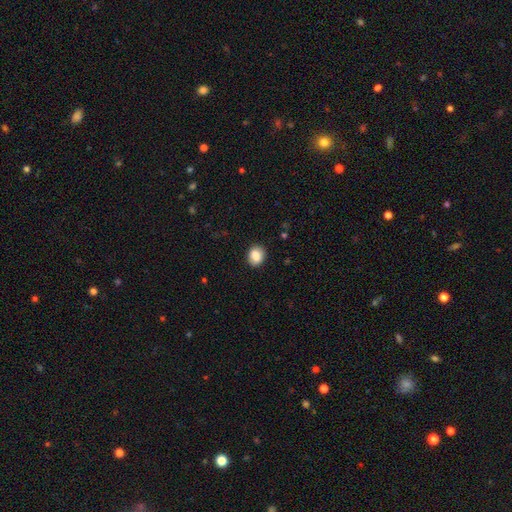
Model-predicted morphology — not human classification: smooth 86%, star or artifact 8%, featured or disk 6%. Down the decision tree: how rounded — round (57%); merging — none (86%).